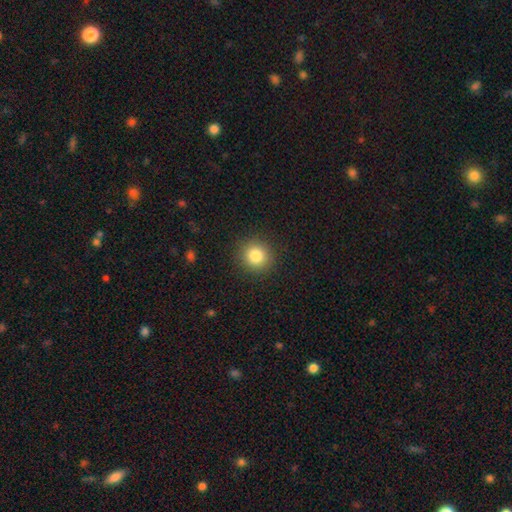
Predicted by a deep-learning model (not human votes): Smooth or featured: smooth — 83% (star or artifact — 11%)
How rounded: round — 91% (in between — 8%)
Merging: none — 90% (minor disturbance — 6%)